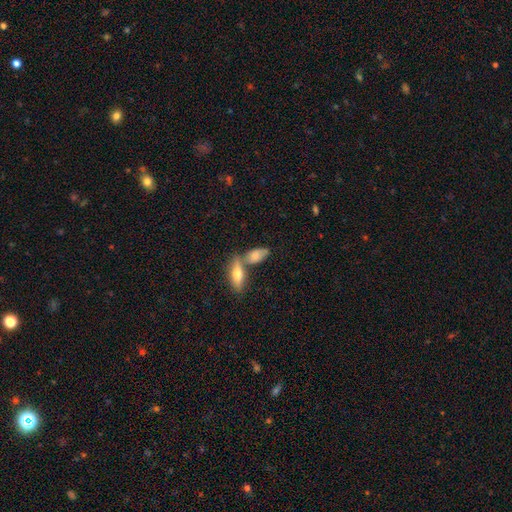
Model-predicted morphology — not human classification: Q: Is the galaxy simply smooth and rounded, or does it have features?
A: smooth — 73%.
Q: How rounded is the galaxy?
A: in between — 81%.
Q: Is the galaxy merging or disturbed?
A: none — 44%.